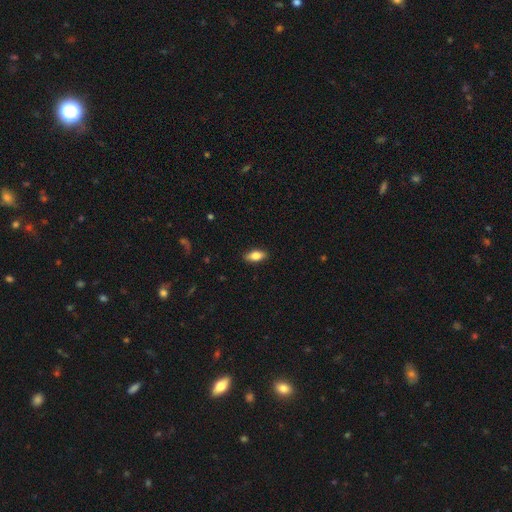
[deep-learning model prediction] Smooth or featured? Predicted: smooth (p=0.79). How rounded? Predicted: in between (p=0.86). Merging? Predicted: none (p=0.88).